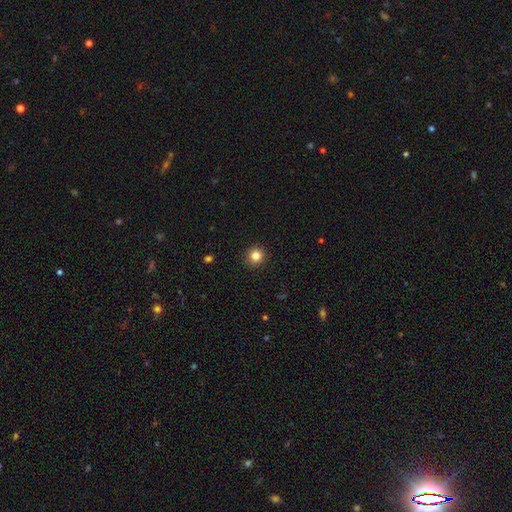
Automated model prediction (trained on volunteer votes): The model was most divided on "smooth or featured": smooth: 83%, star or artifact: 12%, featured or disk: 5%. More confident: how rounded — round (94%); merging — none (93%).